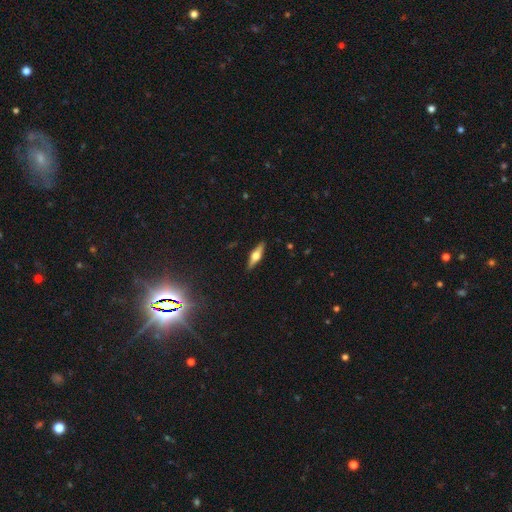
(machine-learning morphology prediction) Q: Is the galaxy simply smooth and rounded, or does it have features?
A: featured or disk — 64%.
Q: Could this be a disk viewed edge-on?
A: yes — 96%.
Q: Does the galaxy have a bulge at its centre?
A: rounded — 93%.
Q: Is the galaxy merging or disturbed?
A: none — 90%.